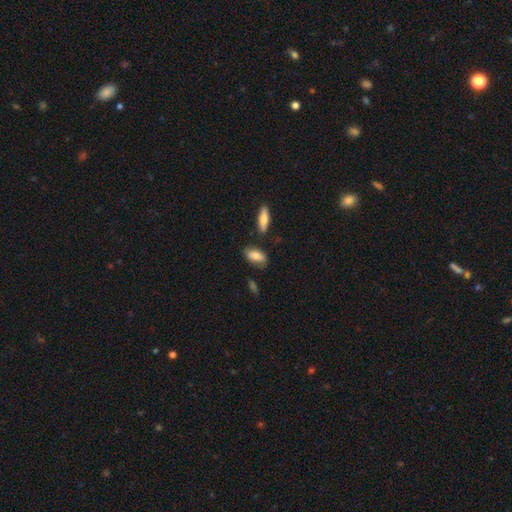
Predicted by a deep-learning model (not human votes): Smooth or featured? smooth (75%)
How rounded? in between (87%)
Merging? none (74%)